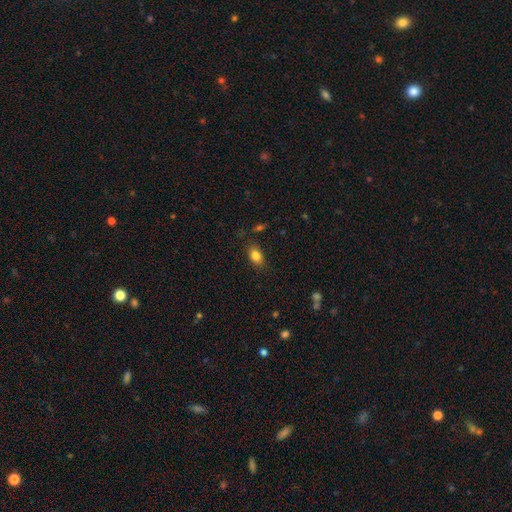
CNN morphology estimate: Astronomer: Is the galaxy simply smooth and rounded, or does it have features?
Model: smooth — 83%.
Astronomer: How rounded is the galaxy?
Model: in between — 84%.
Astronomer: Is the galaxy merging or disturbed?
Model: none — 82%.